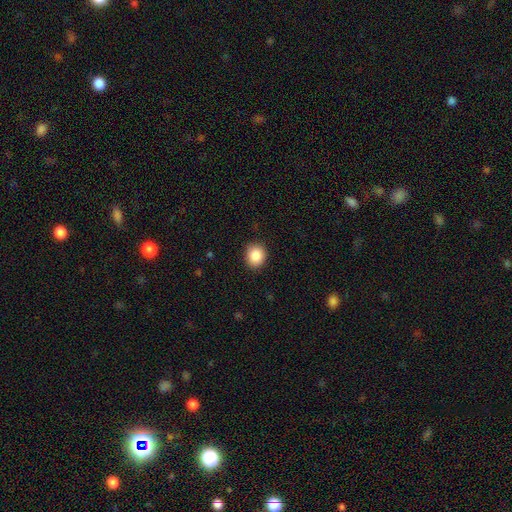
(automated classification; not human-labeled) smooth-or-featured: smooth: 87% | star or artifact: 9% | featured or disk: 4%
  how-rounded: round: 74% | in between: 26% | cigar-shaped: 1%
  merging: none: 90% | minor disturbance: 7% | major disturbance: 2% | merger: 1%